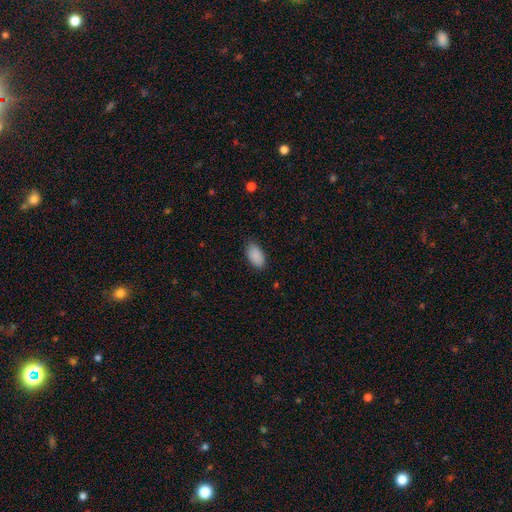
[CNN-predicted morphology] A smooth galaxy with no disk features (90%) that is in between round and cigar-shaped (95%).

Vote fractions:
- Smooth or featured? smooth: 90% / star or artifact: 7% / featured or disk: 3%
- How rounded? in between: 95% / round: 3% / cigar-shaped: 2%
- Merging? none: 81% / minor disturbance: 15% / major disturbance: 3% / merger: 1%